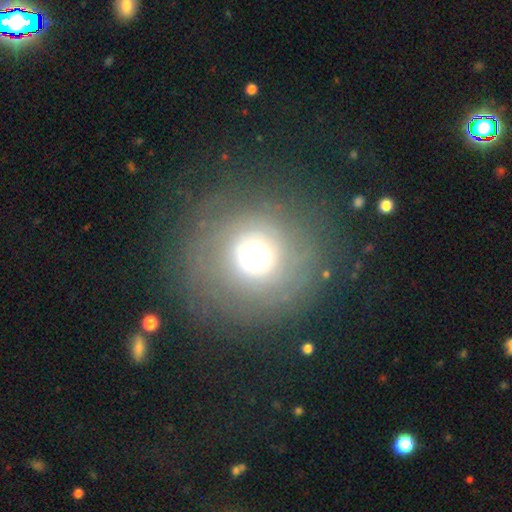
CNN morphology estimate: The model was most divided on "smooth or featured": smooth: 46%, featured or disk: 37%, star or artifact: 17%. More confident: merging — none (74%).